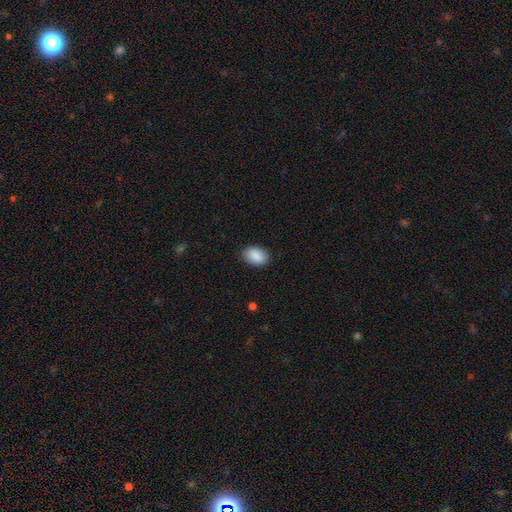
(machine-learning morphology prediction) Q: Smooth or featured?
A: smooth (90%); runner-up: star or artifact (7%)
Q: How rounded?
A: in between (87%); runner-up: round (12%)
Q: Merging?
A: none (86%); runner-up: minor disturbance (11%)